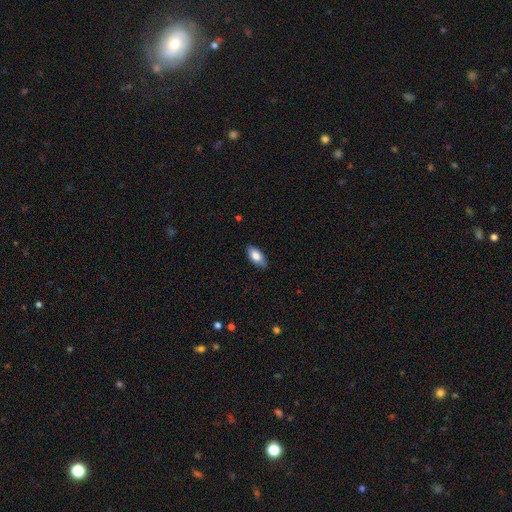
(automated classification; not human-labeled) A smooth galaxy with no disk features (82%) that is in between round and cigar-shaped (92%).

Vote fractions:
- Smooth or featured? smooth: 82% / featured or disk: 11% / star or artifact: 6%
- How rounded? in between: 92% / cigar-shaped: 6% / round: 3%
- Merging? none: 83% / minor disturbance: 14% / major disturbance: 2% / merger: 1%